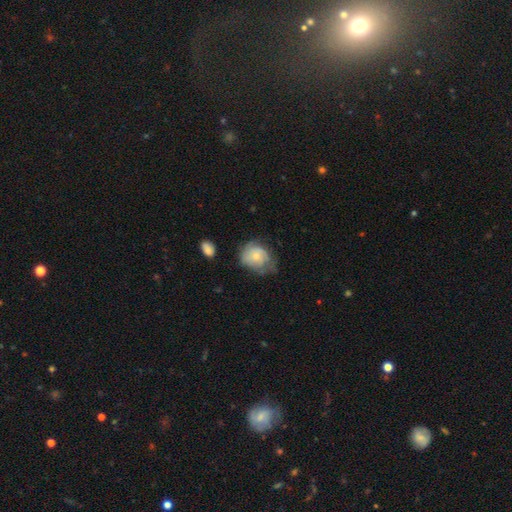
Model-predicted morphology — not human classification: A smooth galaxy with no disk features (52%) that is round (59%).

Vote fractions:
- Smooth or featured? smooth: 52% / featured or disk: 40% / star or artifact: 7%
- How rounded? round: 59% / in between: 40% / cigar-shaped: 1%
- Merging? none: 47% / minor disturbance: 33% / major disturbance: 17% / merger: 2%